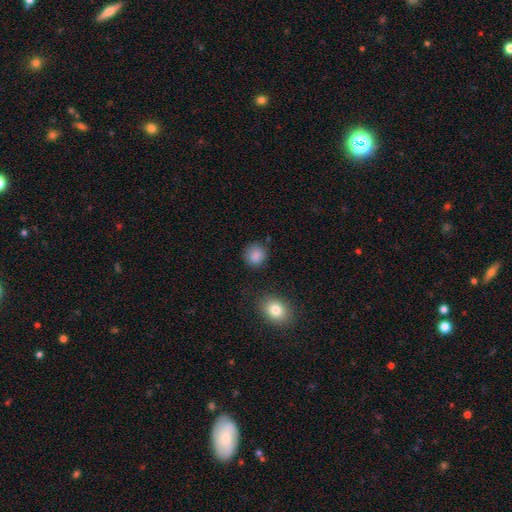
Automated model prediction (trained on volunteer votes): A smooth galaxy with no disk features (87%) that is round (87%).

Vote fractions:
- Smooth or featured? smooth: 87% / star or artifact: 9% / featured or disk: 4%
- How rounded? round: 87% / in between: 12% / cigar-shaped: 1%
- Merging? none: 82% / minor disturbance: 12% / major disturbance: 4% / merger: 3%